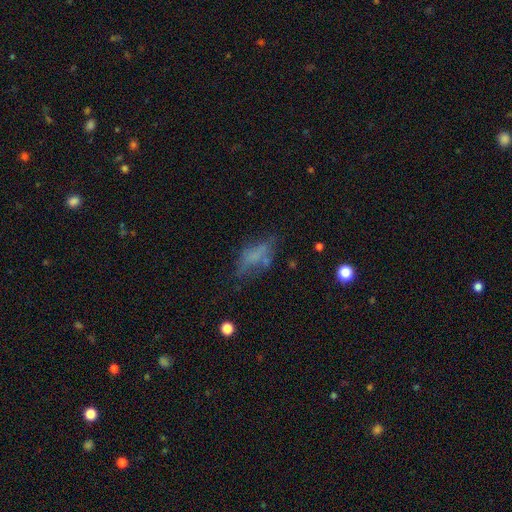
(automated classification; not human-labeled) A smooth galaxy with no disk features (51%) that is in between round and cigar-shaped (74%). Merging: none (45%).